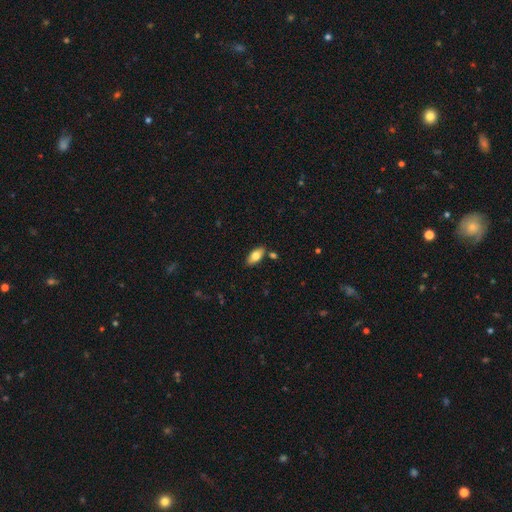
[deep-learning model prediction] Q: Smooth or featured?
A: smooth (76%); runner-up: featured or disk (17%)
Q: How rounded?
A: in between (88%); runner-up: cigar-shaped (9%)
Q: Merging?
A: none (83%); runner-up: minor disturbance (11%)